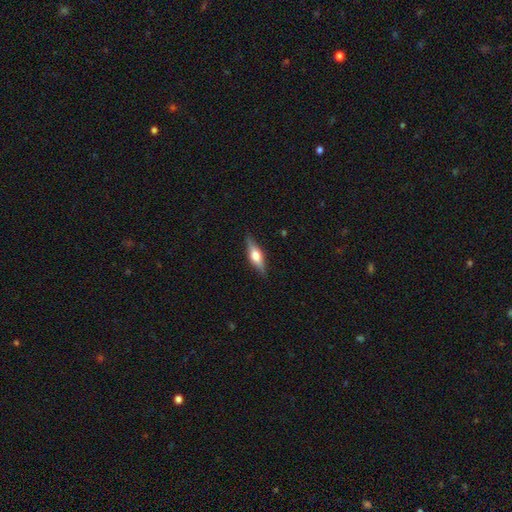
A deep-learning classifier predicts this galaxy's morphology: Smooth or featured: featured or disk — 54% (smooth — 40%)
Edge-on disk: yes — 94% (no — 6%)
Edge-on bulge: rounded — 90% (boxy — 8%)
Merging: none — 86% (minor disturbance — 11%)